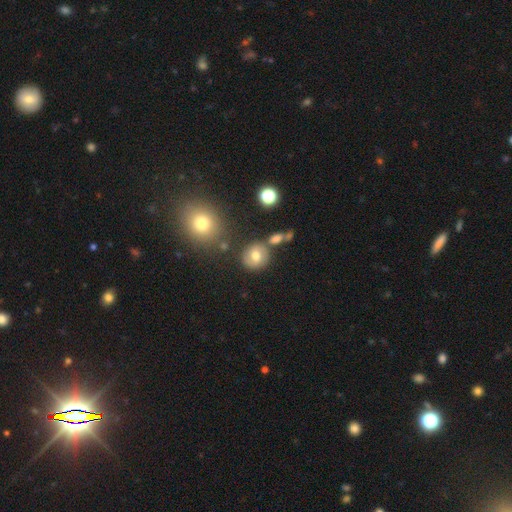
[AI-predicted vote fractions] Smooth or featured? Predicted: smooth (p=0.68). How rounded? Predicted: round (p=0.84). Merging? Predicted: none (p=0.75).